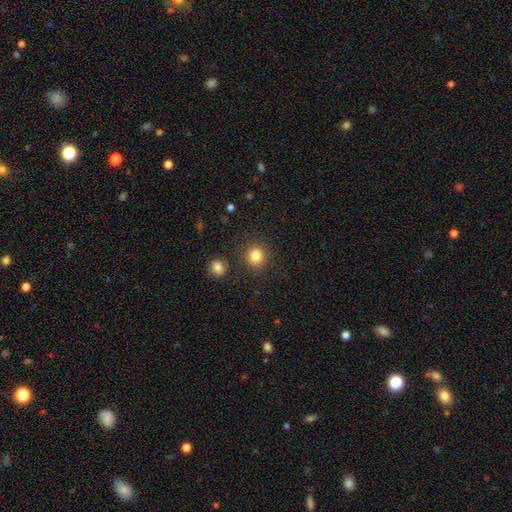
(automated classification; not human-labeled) smooth_or_featured: smooth (p=0.83) [alt: star or artifact p=0.12]
how_rounded: round (p=0.91) [alt: in between p=0.08]
merging: none (p=0.88) [alt: minor disturbance p=0.06]